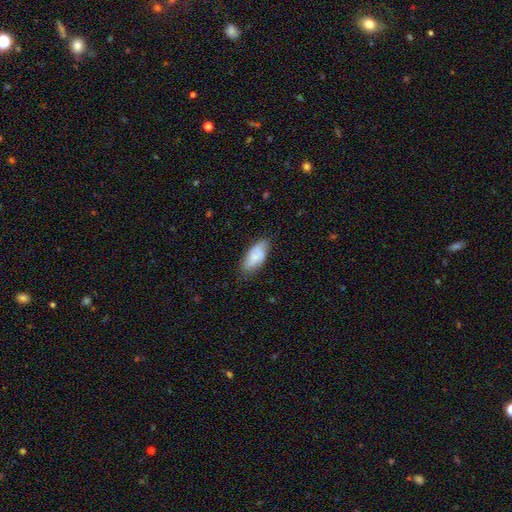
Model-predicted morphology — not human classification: Q: Smooth or featured?
A: smooth (65%); runner-up: featured or disk (28%)
Q: How rounded?
A: in between (88%); runner-up: cigar-shaped (10%)
Q: Merging?
A: none (71%); runner-up: minor disturbance (22%)